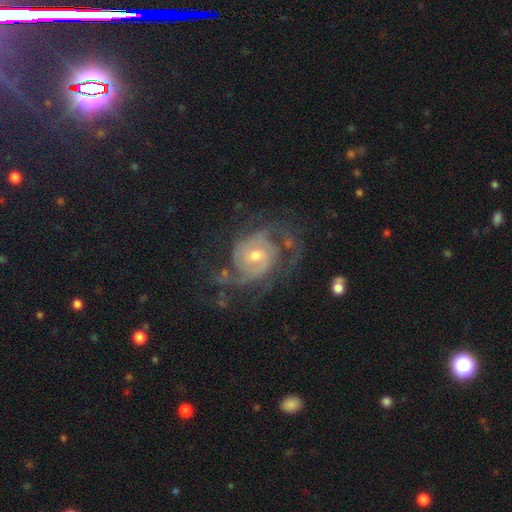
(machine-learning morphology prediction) Smooth or featured: featured or disk — 88% (smooth — 6%)
Edge-on disk: no — 97% (yes — 3%)
Bar: no — 55% (weak — 38%)
Spiral arms: yes — 95% (no — 5%)
Spiral winding: tight — 51% (medium — 37%)
Spiral arm count: 2 — 45% (can't tell — 22%)
Bulge size: moderate — 55% (small — 39%)
Merging: none — 60% (major disturbance — 19%)